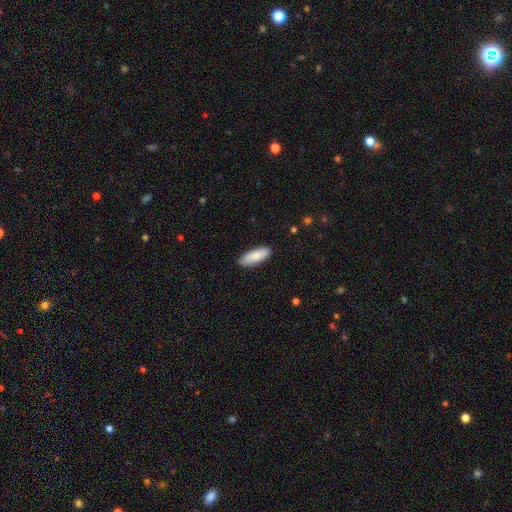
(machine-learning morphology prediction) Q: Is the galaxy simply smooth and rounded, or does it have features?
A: smooth — 85%.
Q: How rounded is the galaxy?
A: in between — 65%.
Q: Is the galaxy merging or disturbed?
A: none — 88%.